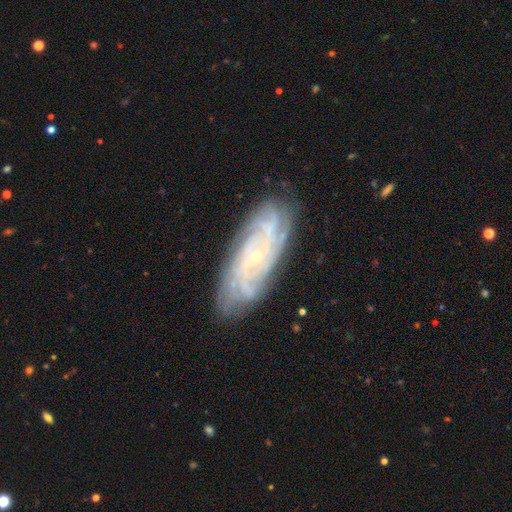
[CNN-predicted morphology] The model was most divided on "spiral arm count": can't tell: 28%, 4: 25%, more than 4: 17%, 3: 14%, 2: 10%, 1: 7%. More confident: spiral arms — yes (97%); edge-on disk — no (91%); smooth or featured — featured or disk (85%); bulge size — small (83%); merging — none (82%); spiral winding — tight (74%); bar — no (70%).